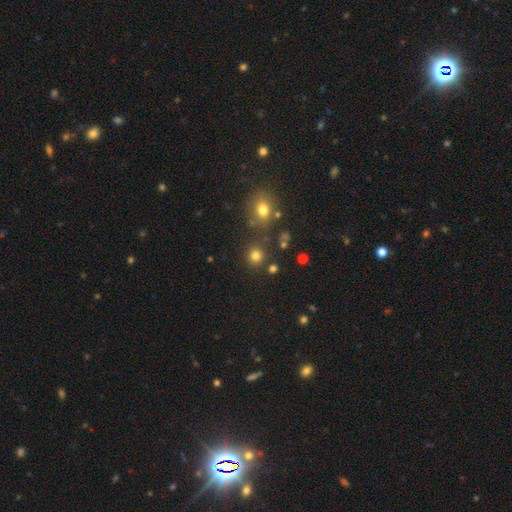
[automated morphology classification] Q: Smooth or featured?
A: smooth (78%); runner-up: star or artifact (16%)
Q: How rounded?
A: round (90%); runner-up: in between (9%)
Q: Merging?
A: none (83%); runner-up: minor disturbance (7%)